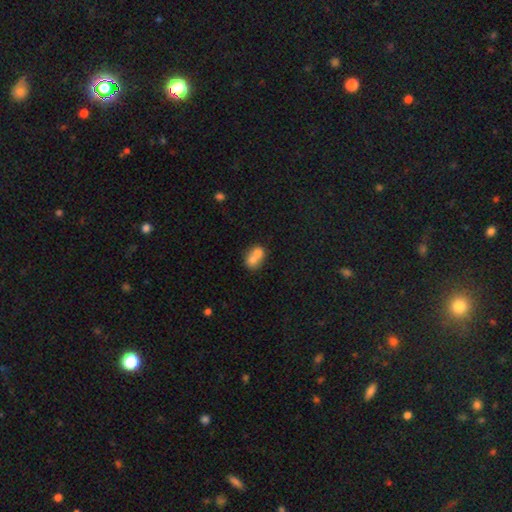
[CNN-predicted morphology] A smooth galaxy with no disk features (69%) that is round (56%).

Vote fractions:
- Smooth or featured? smooth: 69% / featured or disk: 22% / star or artifact: 9%
- How rounded? round: 56% / in between: 43% / cigar-shaped: 1%
- Merging? merger: 72% / none: 20% / minor disturbance: 5% / major disturbance: 3%